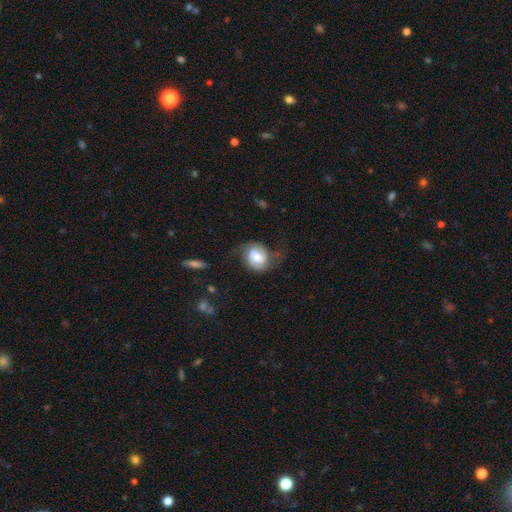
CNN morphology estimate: smooth-or-featured: featured or disk: 53% | smooth: 40% | star or artifact: 7%
  disk-edge-on: no: 96% | yes: 4%
    bar: weak: 43% | no: 36% | strong: 21%
    has-spiral-arms: yes: 77% | no: 23%
    bulge-size: moderate: 65% | large: 20% | small: 12% | dominant: 2% | none: 1%
  merging: none: 54% | minor disturbance: 24% | major disturbance: 20% | merger: 2%